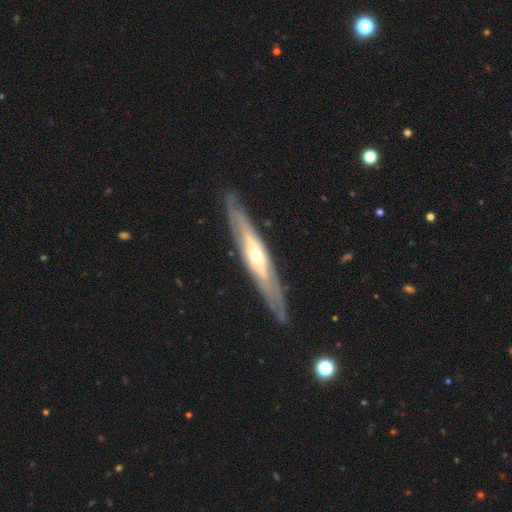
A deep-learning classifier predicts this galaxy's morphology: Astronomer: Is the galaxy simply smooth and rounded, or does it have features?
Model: featured or disk — 73%.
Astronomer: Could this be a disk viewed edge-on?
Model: yes — 69%.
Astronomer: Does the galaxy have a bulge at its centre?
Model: rounded — 81%.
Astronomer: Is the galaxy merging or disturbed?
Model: none — 84%.